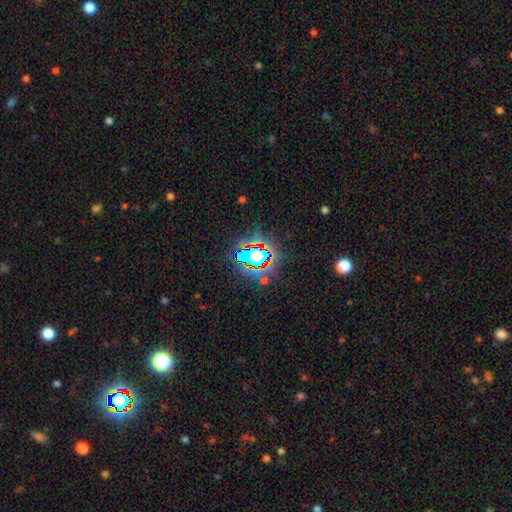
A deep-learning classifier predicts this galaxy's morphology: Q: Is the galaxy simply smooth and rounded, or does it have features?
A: star or artifact — 64%.